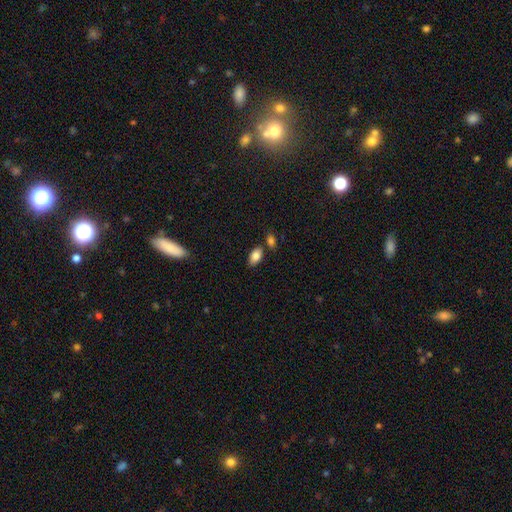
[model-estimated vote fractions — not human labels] Morphology: type=smooth (84%); roundness=in between (92%); merging=none (72%).